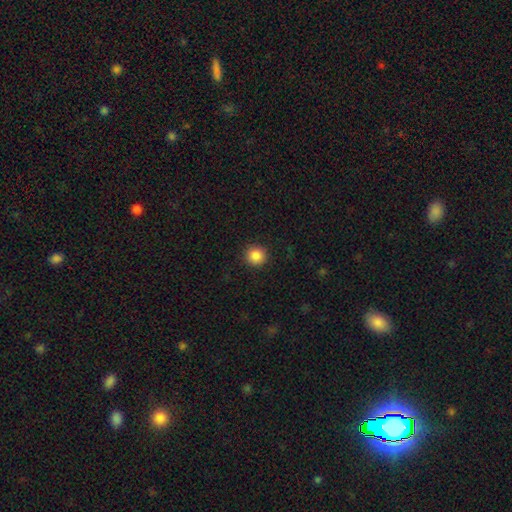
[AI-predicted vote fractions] Smooth or featured?
  - smooth: 87% *
  - star or artifact: 10%
  - featured or disk: 3%
How rounded?
  - round: 95% *
  - in between: 4%
  - cigar-shaped: 1%
Merging?
  - none: 92% *
  - minor disturbance: 5%
  - major disturbance: 2%
  - merger: 1%